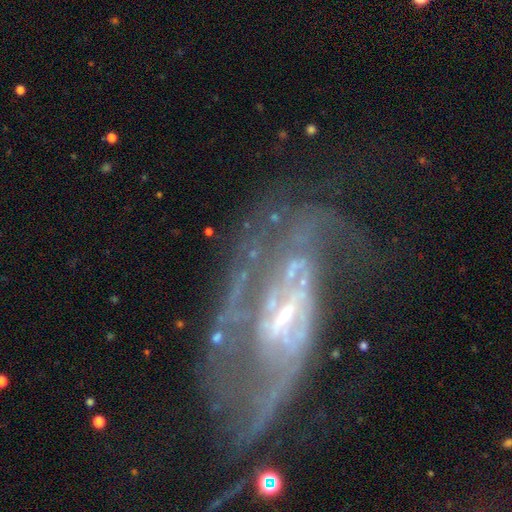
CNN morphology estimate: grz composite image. It shows a featured or disk galaxy (82%) with a weak bar (43%), 2 (48%) medium (41%) spiral arms (81%) and a small central bulge (58%). Merging: major disturbance (38%, tied with none).